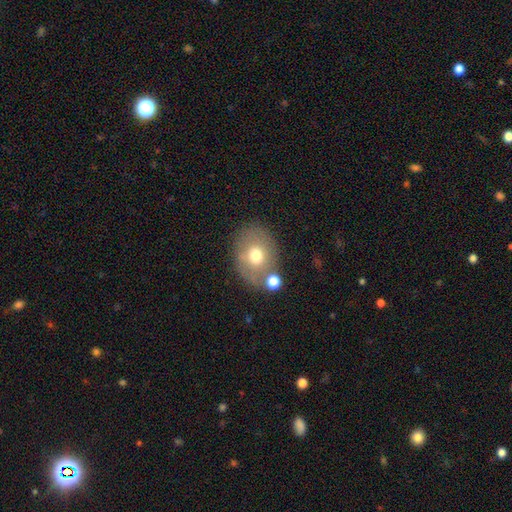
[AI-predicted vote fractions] This is likely a smooth galaxy (67%). How rounded: possibly in between (58%). Merging: likely none (65%).